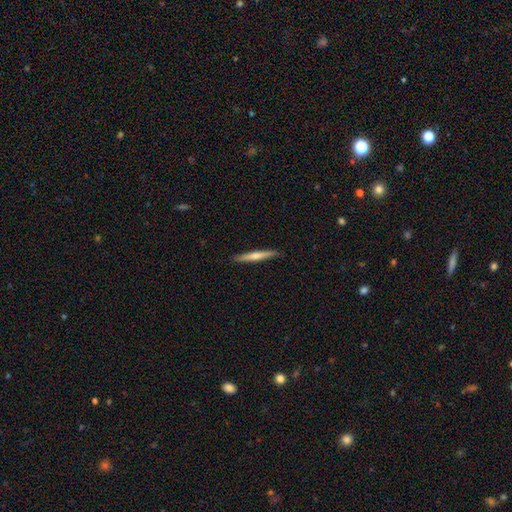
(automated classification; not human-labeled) smooth_or_featured: featured or disk (p=0.51) [alt: smooth p=0.43]
disk_edge_on: yes (p=0.96) [alt: no p=0.04]
merging: none (p=0.91) [alt: minor disturbance p=0.06]